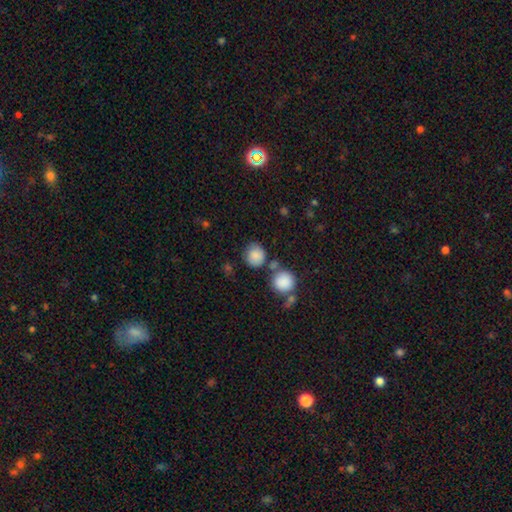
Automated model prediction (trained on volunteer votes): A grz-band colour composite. It shows a smooth galaxy with no disk features (84%) that is round (85%). Merging: none (65%).